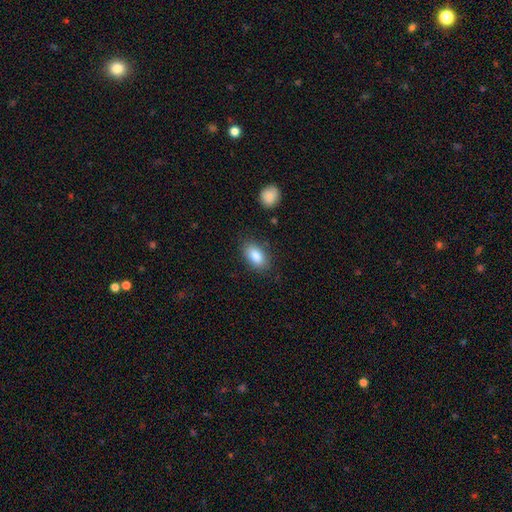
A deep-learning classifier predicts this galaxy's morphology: smooth_or_featured: smooth (p=0.86) [alt: featured or disk p=0.08]
how_rounded: in between (p=0.92) [alt: round p=0.06]
merging: none (p=0.83) [alt: minor disturbance p=0.12]